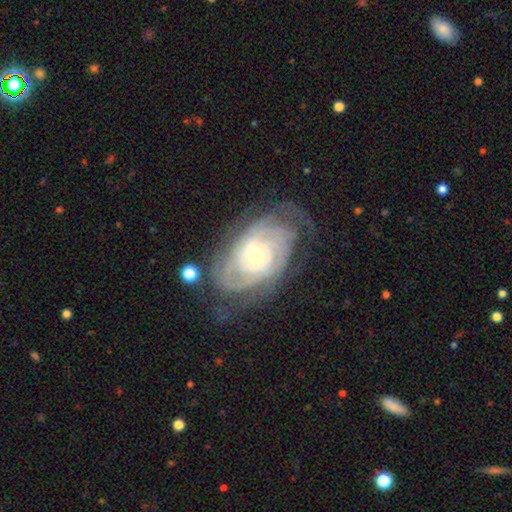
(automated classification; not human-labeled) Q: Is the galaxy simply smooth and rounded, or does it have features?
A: featured or disk — 88%.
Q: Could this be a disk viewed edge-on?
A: no — 96%.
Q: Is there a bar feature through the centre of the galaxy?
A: weak — 43%.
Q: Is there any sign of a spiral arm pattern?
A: yes — 97%.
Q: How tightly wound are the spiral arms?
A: tight — 74%.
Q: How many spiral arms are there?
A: can't tell — 32%.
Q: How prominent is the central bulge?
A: moderate — 55%.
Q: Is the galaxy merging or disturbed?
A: none — 68%.